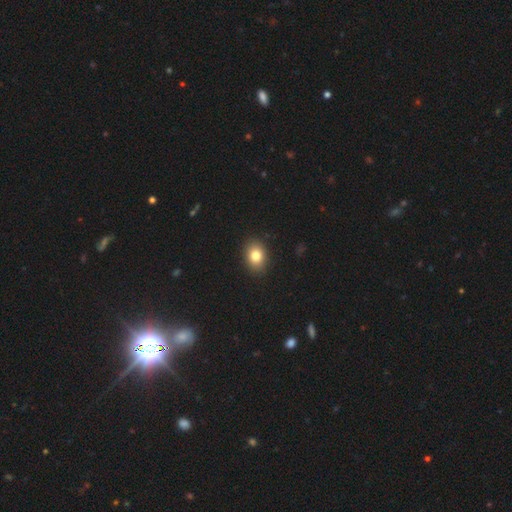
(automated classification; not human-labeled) smooth_or_featured: smooth (p=0.82) [alt: star or artifact p=0.10]
how_rounded: in between (p=0.66) [alt: round p=0.33]
merging: none (p=0.90) [alt: minor disturbance p=0.07]